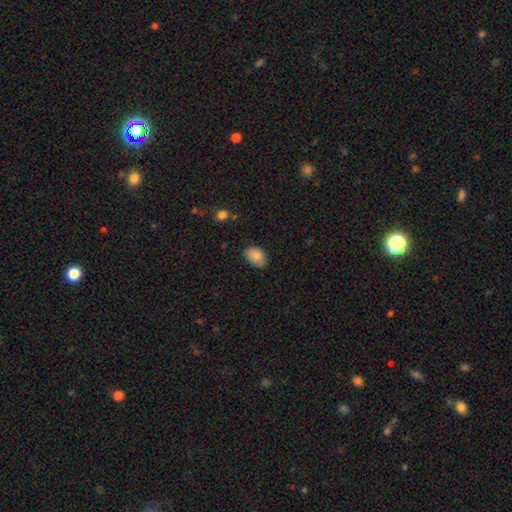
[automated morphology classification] The model was most divided on "merging": none: 66%, minor disturbance: 28%, major disturbance: 4%, merger: 2%. More confident: smooth or featured — smooth (85%); how rounded — in between (83%).